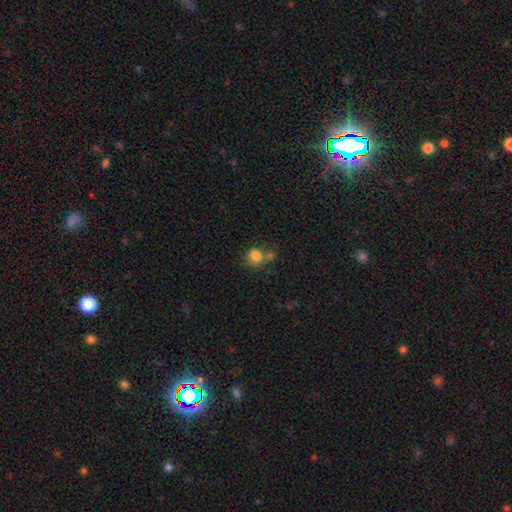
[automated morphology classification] smooth 82%, star or artifact 11%, featured or disk 8%. Down the decision tree: how rounded — round (69%); merging — none (44%).